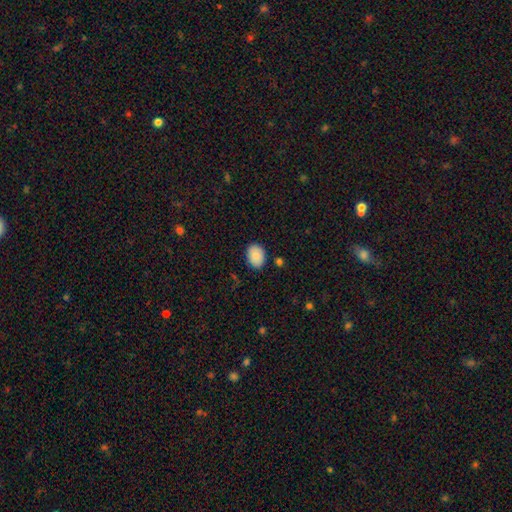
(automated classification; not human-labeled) This is clearly a smooth galaxy (89%). How rounded: likely in between (76%). Merging: clearly none (85%).